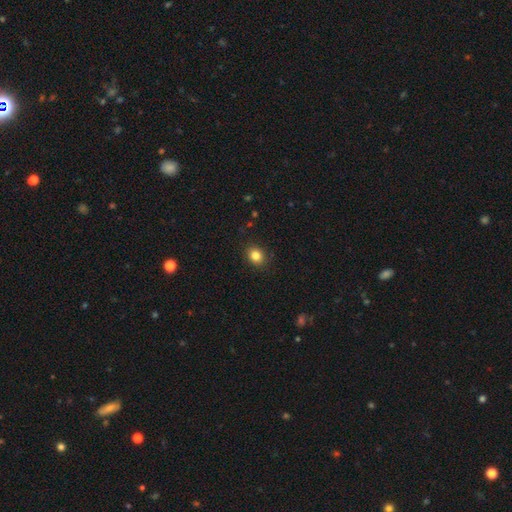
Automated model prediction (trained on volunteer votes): Morphology: type=smooth (83%); roundness=round (60%); merging=none (89%).